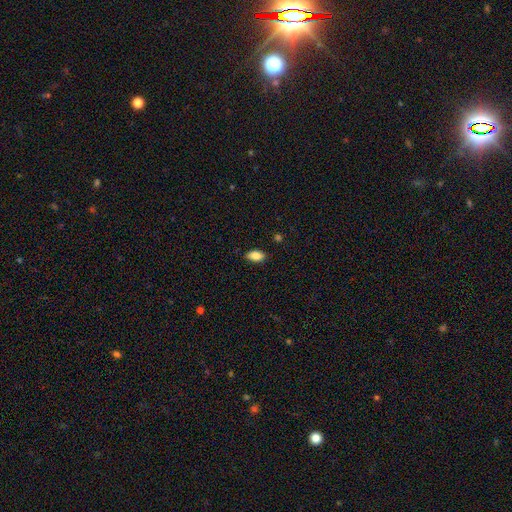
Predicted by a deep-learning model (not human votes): smooth 86%, star or artifact 8%, featured or disk 6%. Down the decision tree: how rounded — in between (91%); merging — none (85%).